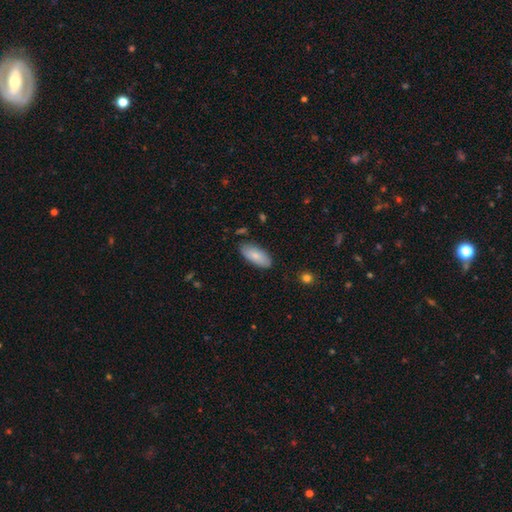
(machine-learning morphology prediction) Overall: smooth (81%). How rounded: in between (89%). Merging: none (82%).